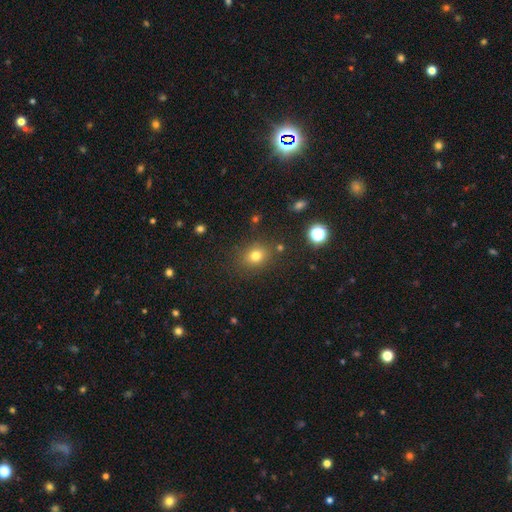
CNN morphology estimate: This is likely a smooth galaxy (76%). How rounded: possibly round (59%). Merging: clearly none (81%).